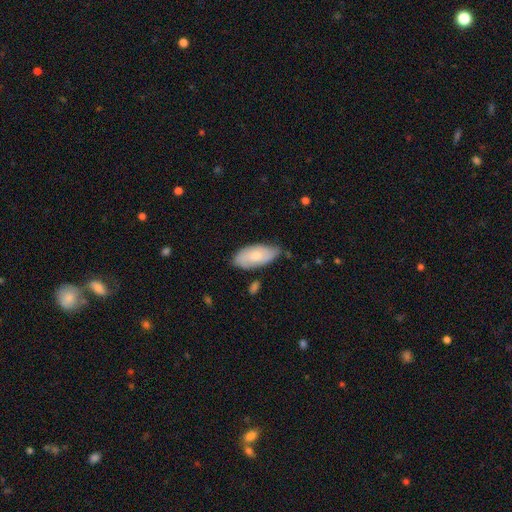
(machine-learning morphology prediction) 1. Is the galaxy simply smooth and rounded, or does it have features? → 65% smooth, 29% featured or disk, 6% star or artifact.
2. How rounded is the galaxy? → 91% in between, 6% cigar-shaped, 2% round.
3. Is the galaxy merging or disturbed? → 65% none, 27% minor disturbance, 4% major disturbance, 3% merger.